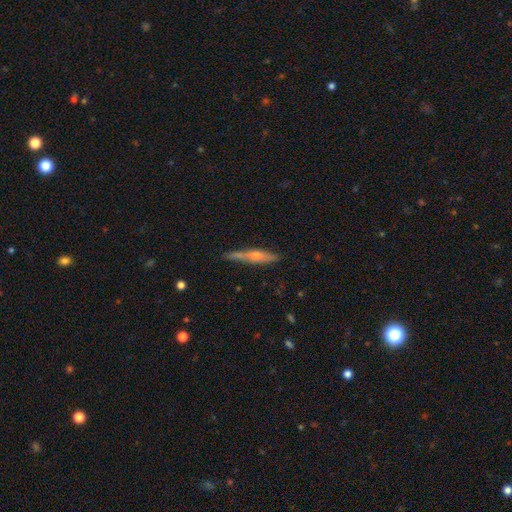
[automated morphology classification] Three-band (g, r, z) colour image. It shows a featured or disk galaxy (63%) viewed edge-on (94%) with a rounded central bulge (81%). Merging: none (81%).